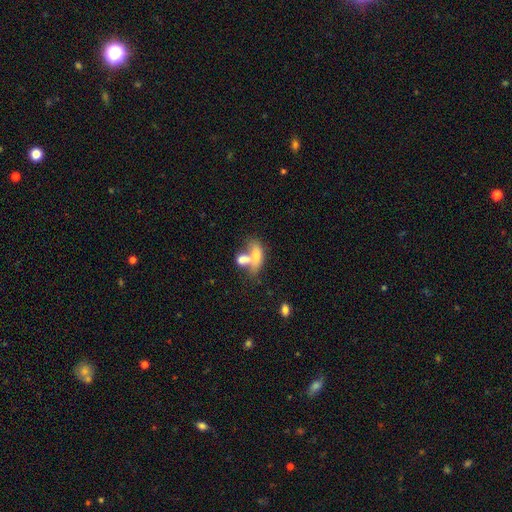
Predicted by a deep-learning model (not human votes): Smooth or featured: smooth — 66% (featured or disk — 25%)
How rounded: in between — 76% (cigar-shaped — 14%)
Merging: merger — 61% (none — 20%)